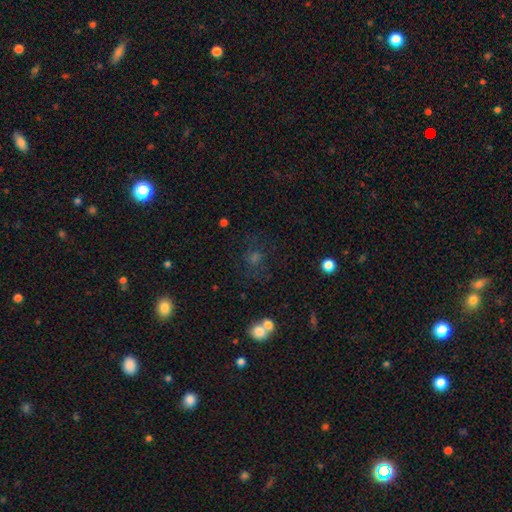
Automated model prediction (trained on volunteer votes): The model was most divided on "smooth or featured": smooth: 43%, star or artifact: 40%, featured or disk: 17%. More confident: merging — none (71%).